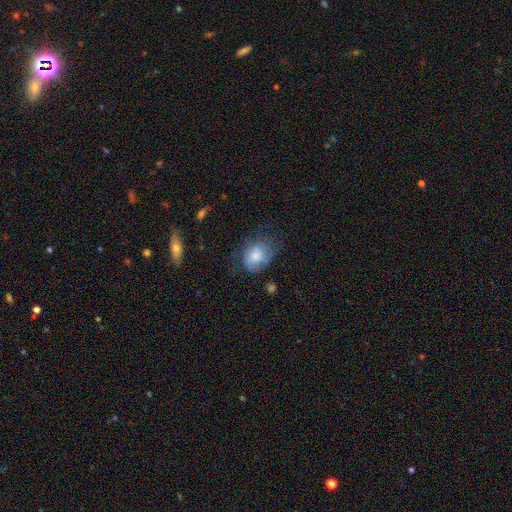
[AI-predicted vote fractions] This is likely a smooth galaxy (70%). How rounded: likely in between (65%). Merging: possibly none (47%).